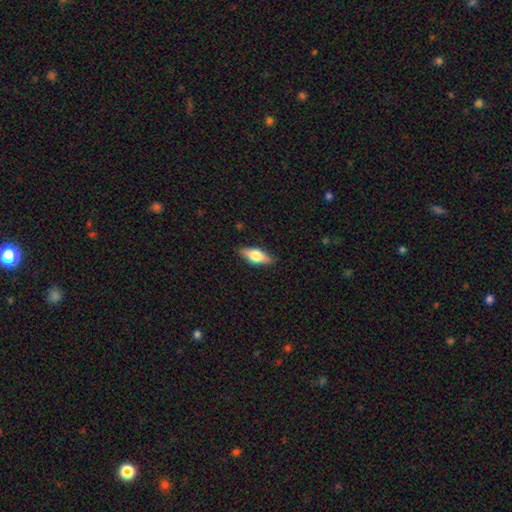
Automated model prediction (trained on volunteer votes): This is possibly a smooth galaxy (56%). How rounded: likely in between (73%). Merging: clearly none (86%).